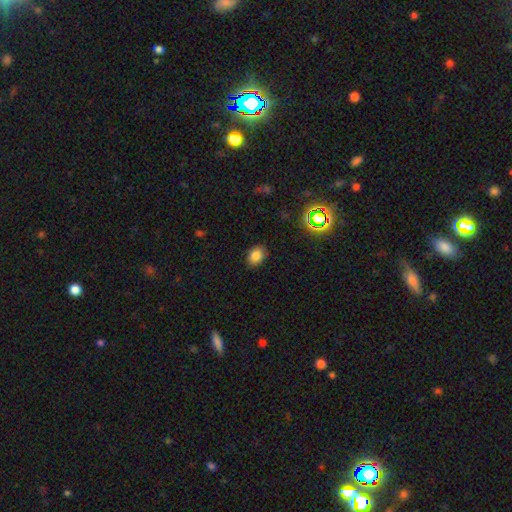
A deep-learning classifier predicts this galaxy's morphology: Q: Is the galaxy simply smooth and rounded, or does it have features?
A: smooth — 81%.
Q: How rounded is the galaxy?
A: in between — 62%.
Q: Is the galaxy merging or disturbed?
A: none — 86%.